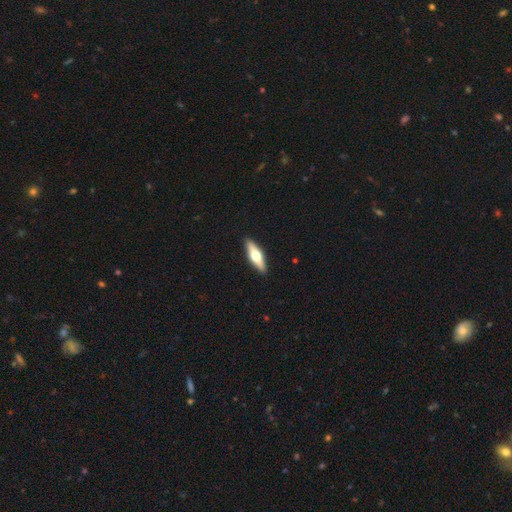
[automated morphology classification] A featured or disk galaxy (51%) viewed edge-on (92%). Merging: none (91%).